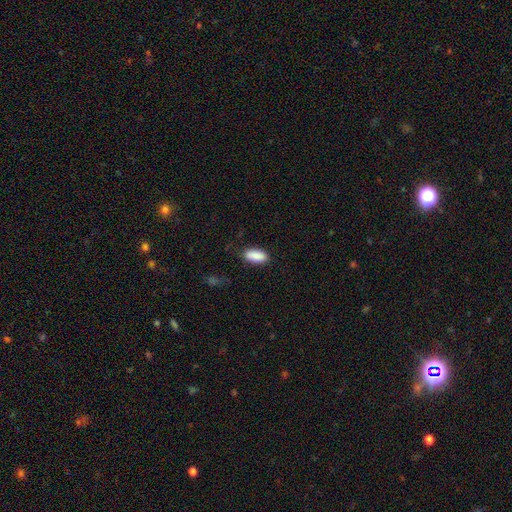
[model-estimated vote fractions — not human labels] Smooth or featured? Predicted: smooth (p=0.89). How rounded? Predicted: in between (p=0.90). Merging? Predicted: none (p=0.82).